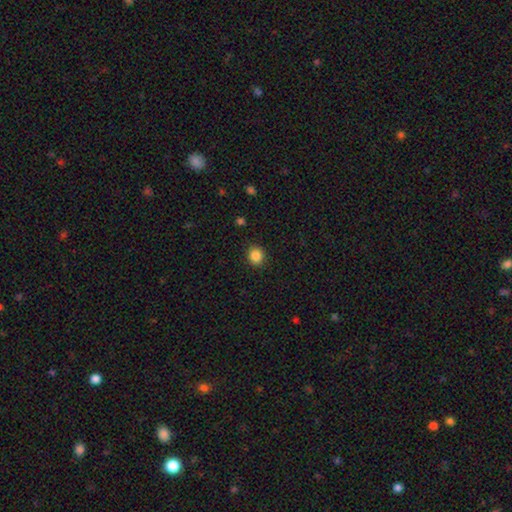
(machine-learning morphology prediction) smooth 86%, star or artifact 10%, featured or disk 4%. Down the decision tree: how rounded — round (83%); merging — none (91%).